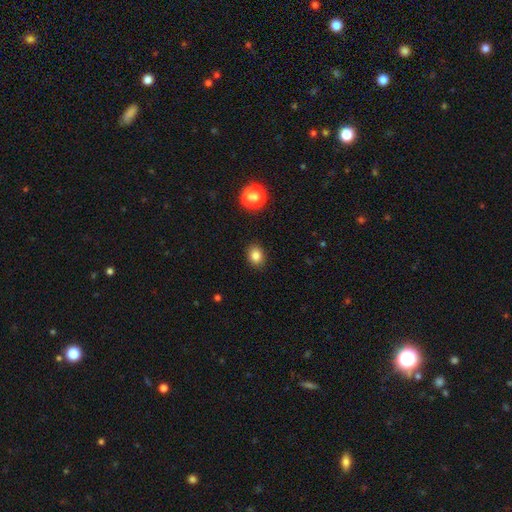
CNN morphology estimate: This is clearly a smooth galaxy (83%). How rounded: possibly round (51%). Merging: clearly none (89%).